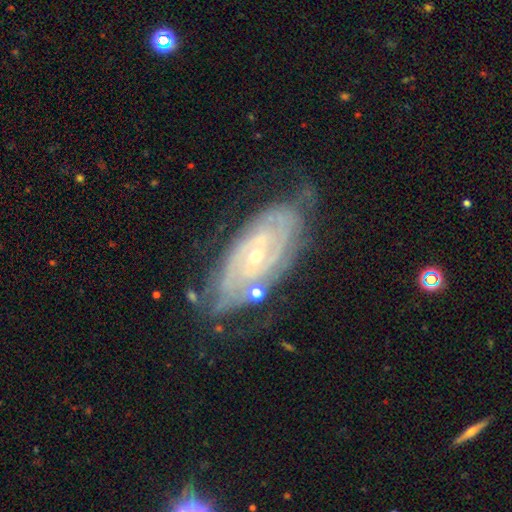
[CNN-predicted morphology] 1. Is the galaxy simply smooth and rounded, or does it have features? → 87% featured or disk, 7% smooth, 6% star or artifact.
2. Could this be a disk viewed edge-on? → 93% no, 7% yes.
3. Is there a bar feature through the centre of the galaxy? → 61% no, 28% weak, 10% strong.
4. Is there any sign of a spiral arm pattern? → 95% yes, 5% no.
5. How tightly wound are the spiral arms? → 76% tight, 20% medium, 4% loose.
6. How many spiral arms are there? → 36% 2, 31% can't tell, 15% 3, 8% 4, 5% more than 4, 4% 1.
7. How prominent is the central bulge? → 70% small, 27% moderate, 1% none, 1% large, 1% dominant.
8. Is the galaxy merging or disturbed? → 69% none, 22% minor disturbance, 7% major disturbance, 3% merger.